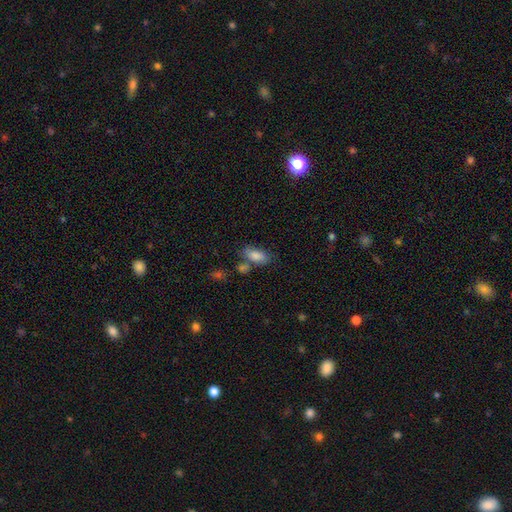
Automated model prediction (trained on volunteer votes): Smooth or featured: smooth — 84% (featured or disk — 8%)
How rounded: in between — 90% (cigar-shaped — 6%)
Merging: none — 57% (merger — 20%)